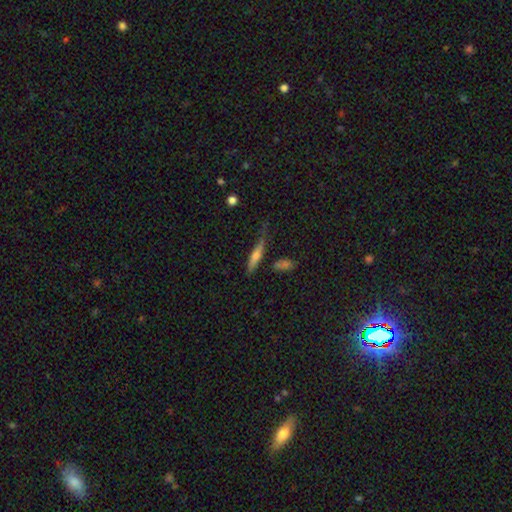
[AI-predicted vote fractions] smooth-or-featured: smooth: 61% | featured or disk: 30% | star or artifact: 8%
  how-rounded: cigar-shaped: 74% | in between: 23% | round: 3%
  merging: none: 51% | minor disturbance: 28% | major disturbance: 14% | merger: 8%